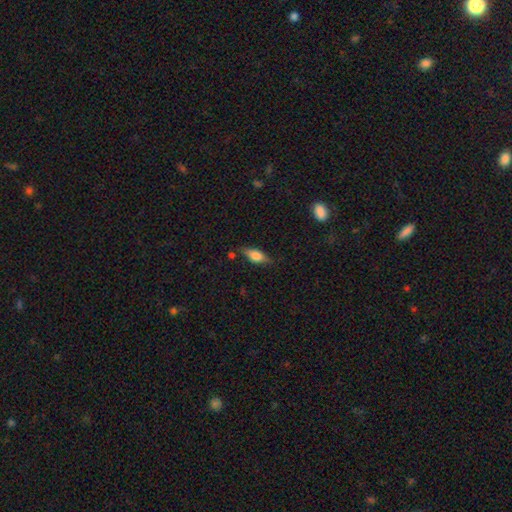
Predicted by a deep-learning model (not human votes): smooth-or-featured: smooth: 62% | featured or disk: 30% | star or artifact: 8%
  how-rounded: in between: 71% | cigar-shaped: 25% | round: 4%
  merging: none: 76% | minor disturbance: 17% | major disturbance: 4% | merger: 3%